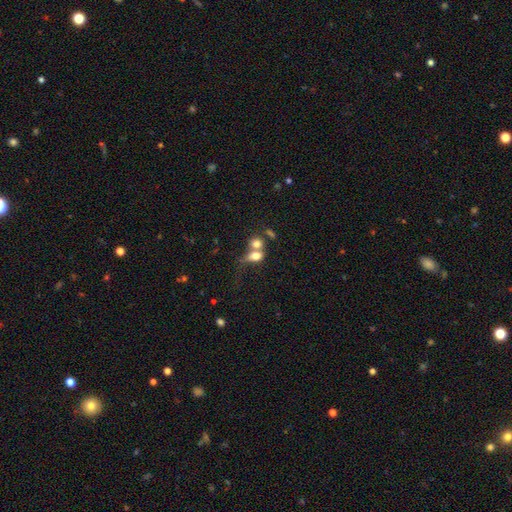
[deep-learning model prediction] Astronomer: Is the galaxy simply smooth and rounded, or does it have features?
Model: smooth — 72%.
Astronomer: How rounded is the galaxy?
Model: in between — 57% (runner-up: round, 40%).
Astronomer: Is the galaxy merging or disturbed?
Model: merger — 65%.